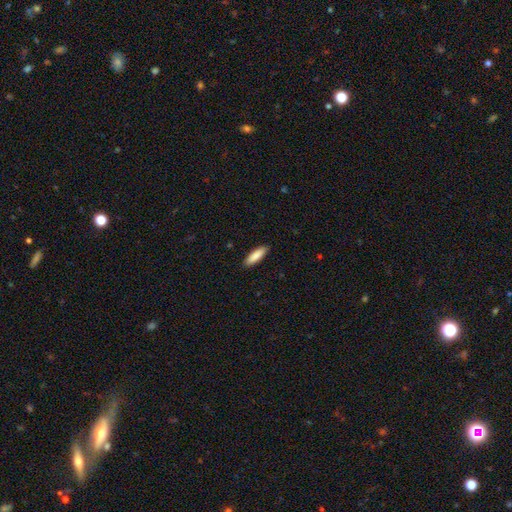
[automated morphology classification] This is clearly a smooth galaxy (88%). How rounded: possibly cigar-shaped (51%). Merging: clearly none (90%).